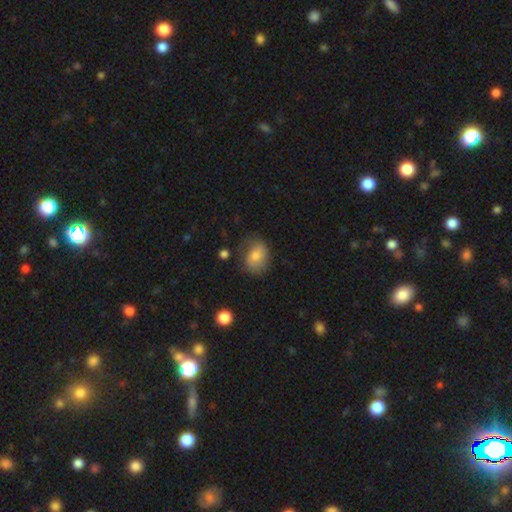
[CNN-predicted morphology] A smooth galaxy with no disk features (72%) that is in between round and cigar-shaped (62%).

Vote fractions:
- Smooth or featured? smooth: 72% / featured or disk: 19% / star or artifact: 9%
- How rounded? in between: 62% / round: 37% / cigar-shaped: 1%
- Merging? none: 65% / minor disturbance: 24% / major disturbance: 9% / merger: 2%